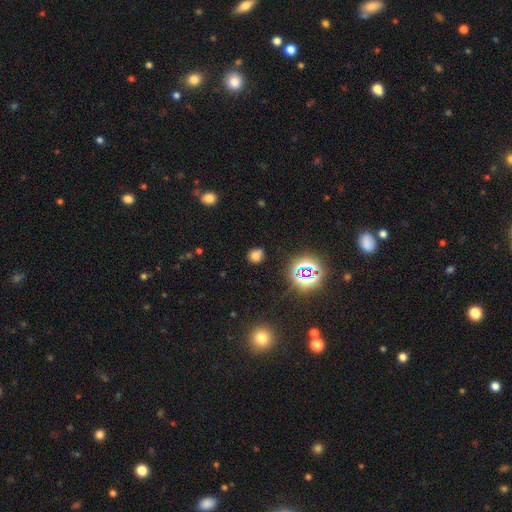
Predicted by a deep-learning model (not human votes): This is likely a smooth galaxy (65%). How rounded: likely round (78%). Merging: likely none (76%).